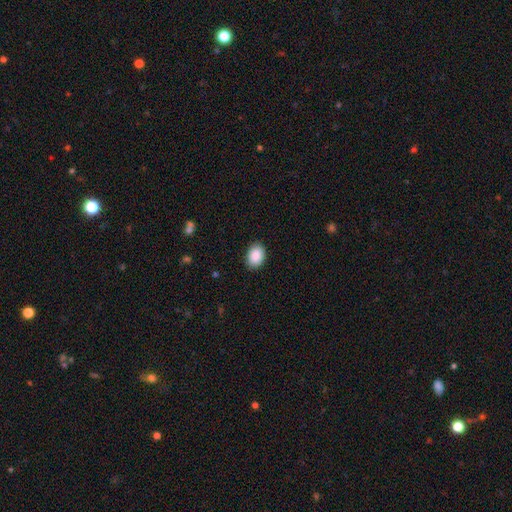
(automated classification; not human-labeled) Smooth or featured: smooth — 90% (star or artifact — 7%)
How rounded: in between — 79% (round — 20%)
Merging: none — 89% (minor disturbance — 8%)